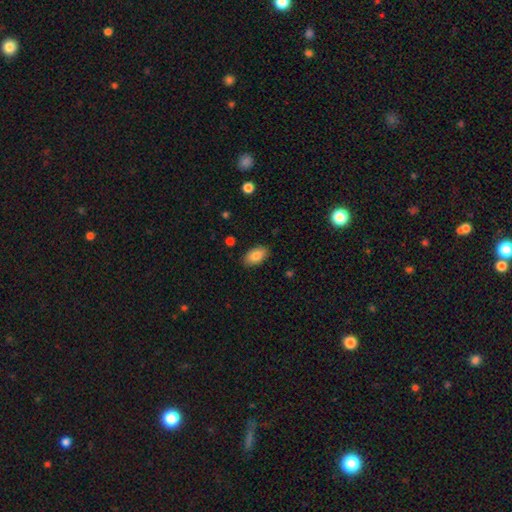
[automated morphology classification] smooth-or-featured: smooth: 86% | star or artifact: 7% | featured or disk: 7%
  how-rounded: in between: 94% | round: 5% | cigar-shaped: 2%
  merging: none: 86% | minor disturbance: 10% | major disturbance: 2% | merger: 1%